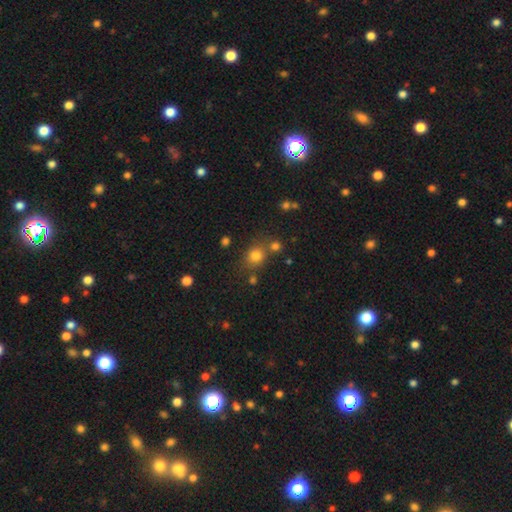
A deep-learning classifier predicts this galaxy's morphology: The model was most divided on "how rounded": round: 74%, in between: 25%, cigar-shaped: 1%. More confident: smooth or featured — smooth (78%); merging — none (68%).